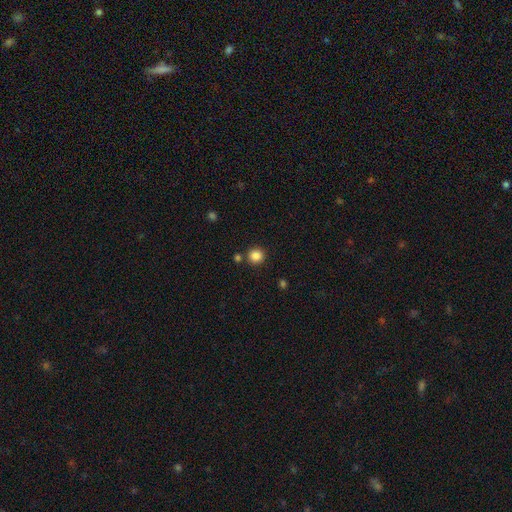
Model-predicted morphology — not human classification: A smooth galaxy with no disk features (86%) that is round (93%). Merging: none (86%).